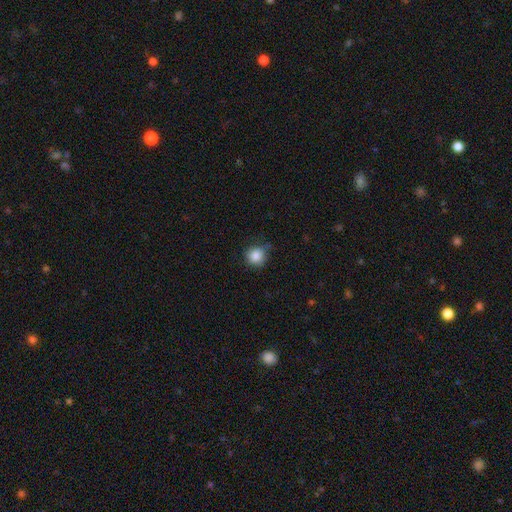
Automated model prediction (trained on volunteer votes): Smooth or featured?
  - smooth: 85% *
  - star or artifact: 10%
  - featured or disk: 5%
How rounded?
  - round: 91% *
  - in between: 8%
  - cigar-shaped: 1%
Merging?
  - none: 71% *
  - minor disturbance: 22%
  - major disturbance: 4%
  - merger: 2%